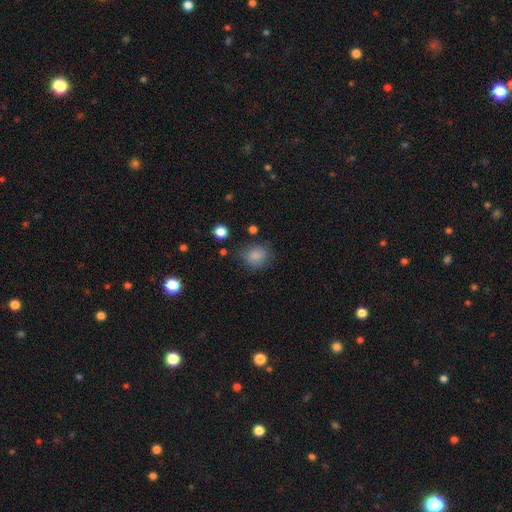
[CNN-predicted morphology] The model was most divided on "how rounded": round: 58%, in between: 41%, cigar-shaped: 1%. More confident: smooth or featured — smooth (84%); merging — none (71%).